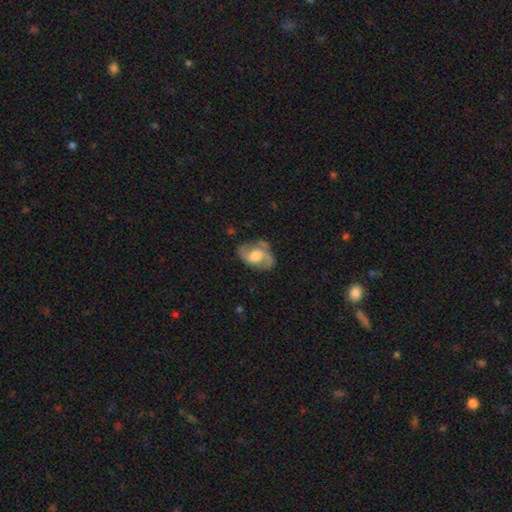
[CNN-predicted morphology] This is likely a featured or disk galaxy (79%). It is clearly not viewed edge-on (96%). Bar: possibly no (56%). Spiral arm pattern: clearly yes (90%). Spiral arm count: clearly 2 (88%). Spiral winding: possibly medium (53%). Central bulge: possibly large (50%). Merging: likely none (71%).